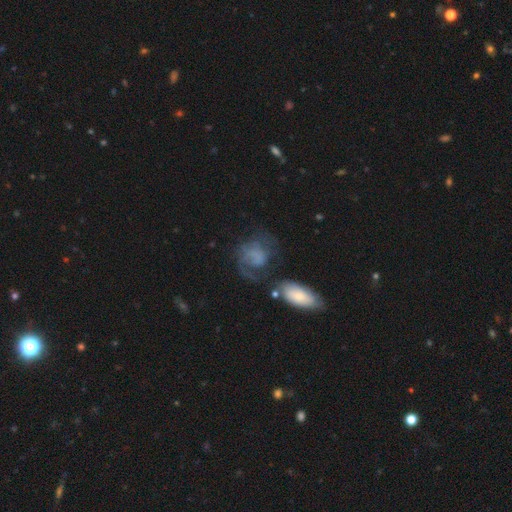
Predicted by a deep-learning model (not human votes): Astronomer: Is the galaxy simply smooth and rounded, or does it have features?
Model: featured or disk — 55% (runner-up: smooth, 35%).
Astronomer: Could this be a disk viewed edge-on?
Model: no — 97%.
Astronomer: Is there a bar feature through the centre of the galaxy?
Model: no — 73%.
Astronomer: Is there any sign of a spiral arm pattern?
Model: yes — 76%.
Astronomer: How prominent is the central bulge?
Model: none — 60%.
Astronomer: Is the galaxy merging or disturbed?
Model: none — 36% (runner-up: major disturbance, 32%).